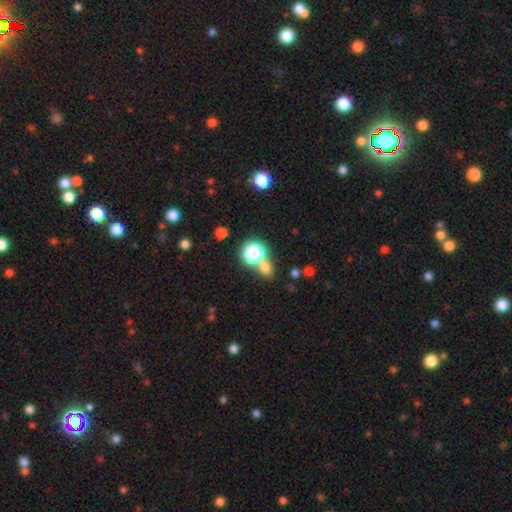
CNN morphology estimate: A star or artifact, not a galaxy (51%).

Vote fractions:
- Smooth or featured? star or artifact: 51% / smooth: 41% / featured or disk: 8%